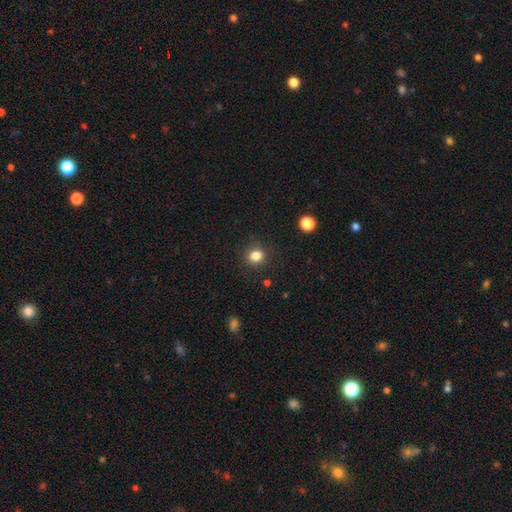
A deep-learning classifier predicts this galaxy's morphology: Smooth or featured? smooth (83%)
How rounded? round (81%)
Merging? none (87%)